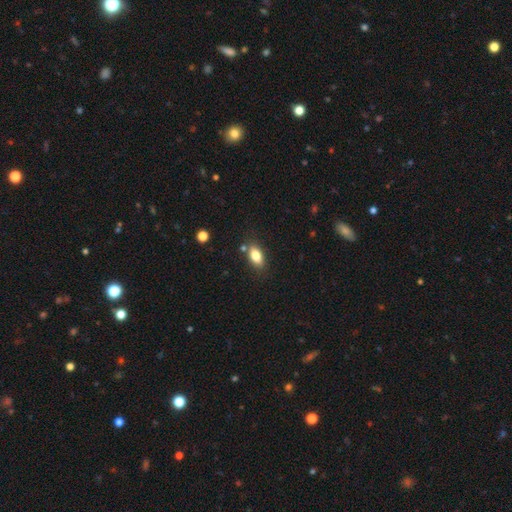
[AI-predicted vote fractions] Morphology: type=smooth (81%); roundness=in between (88%); merging=none (80%).